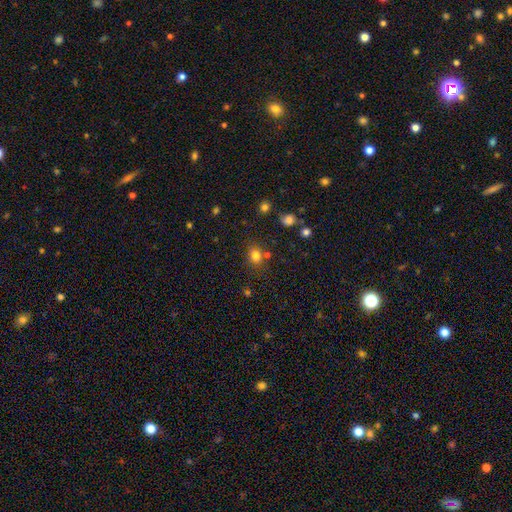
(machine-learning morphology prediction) Smooth or featured?
  - smooth: 78% *
  - star or artifact: 15%
  - featured or disk: 7%
How rounded?
  - in between: 50% *
  - round: 49%
  - cigar-shaped: 1%
Merging?
  - none: 71% *
  - minor disturbance: 14%
  - merger: 10%
  - major disturbance: 5%